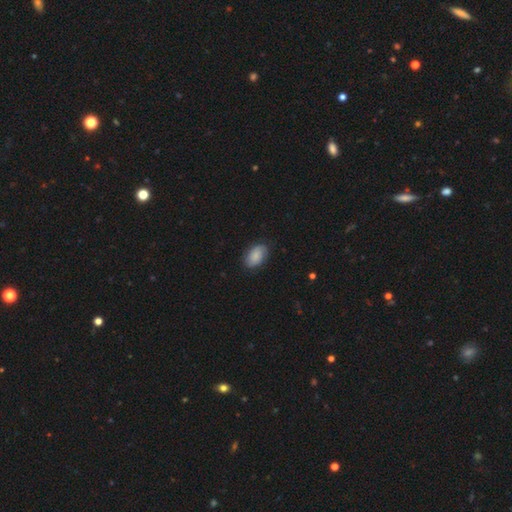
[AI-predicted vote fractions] A smooth galaxy with no disk features (75%) that is in between round and cigar-shaped (90%).

Vote fractions:
- Smooth or featured? smooth: 75% / featured or disk: 18% / star or artifact: 7%
- How rounded? in between: 90% / round: 8% / cigar-shaped: 1%
- Merging? none: 79% / minor disturbance: 16% / major disturbance: 4% / merger: 1%